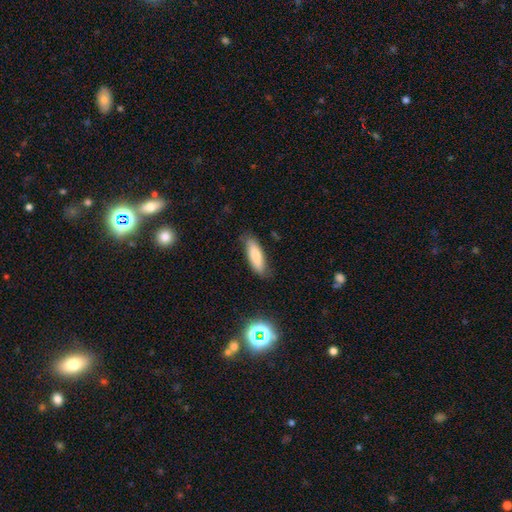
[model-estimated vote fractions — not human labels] smooth-or-featured: smooth: 80% | featured or disk: 12% | star or artifact: 7%
  how-rounded: in between: 50% | cigar-shaped: 49% | round: 2%
  merging: none: 78% | minor disturbance: 16% | major disturbance: 3% | merger: 2%